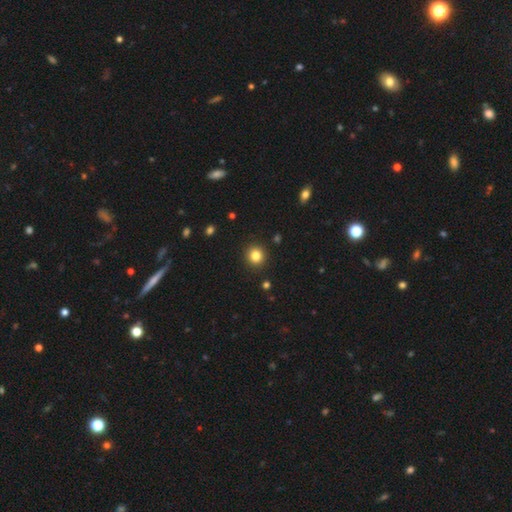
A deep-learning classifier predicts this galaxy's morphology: A smooth galaxy with no disk features (83%) that is round (91%). Merging: none (92%).